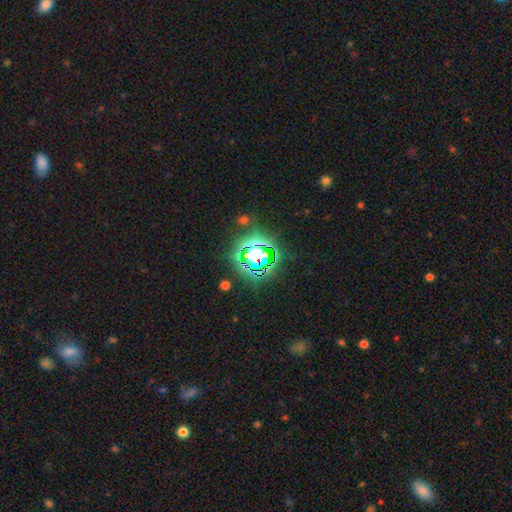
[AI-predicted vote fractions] A star or artifact, not a galaxy (71%).